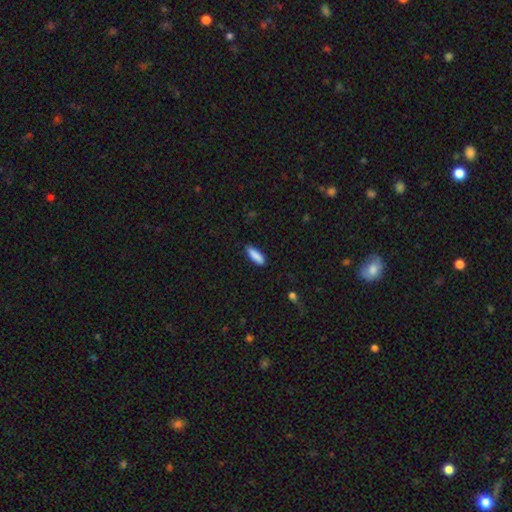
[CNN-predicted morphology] This is clearly a smooth galaxy (88%). How rounded: possibly cigar-shaped (52%). Merging: clearly none (87%).